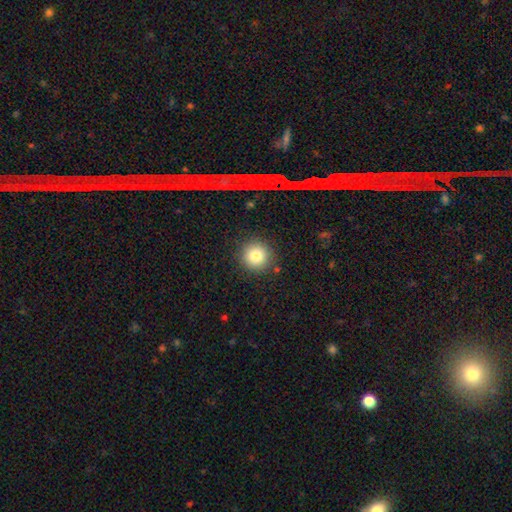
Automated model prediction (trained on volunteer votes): Smooth or featured? Predicted: smooth (p=0.83). How rounded? Predicted: round (p=0.94). Merging? Predicted: none (p=0.89).